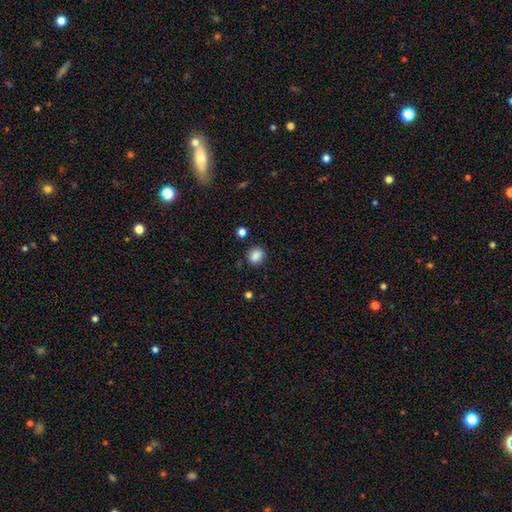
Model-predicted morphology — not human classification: Overall: smooth (87%). How rounded: round (76%). Merging: none (85%).